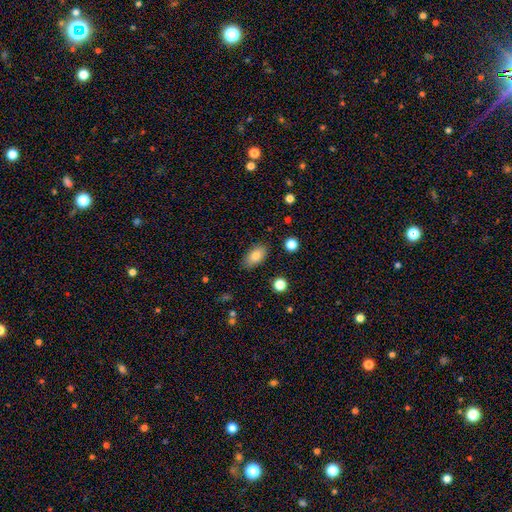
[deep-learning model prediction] Q: Smooth or featured?
A: smooth (81%); runner-up: featured or disk (10%)
Q: How rounded?
A: in between (90%); runner-up: round (6%)
Q: Merging?
A: none (85%); runner-up: minor disturbance (11%)